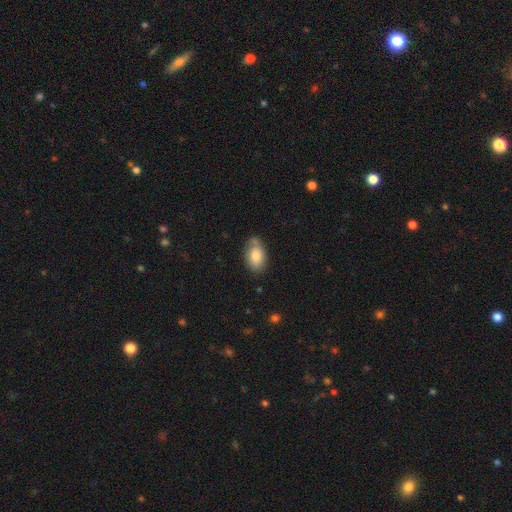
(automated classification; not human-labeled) This is likely a smooth galaxy (78%). How rounded: clearly in between (91%). Merging: likely none (63%).